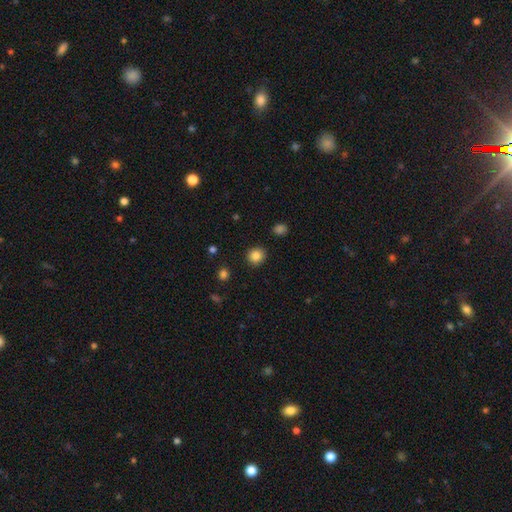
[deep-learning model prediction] This is clearly a smooth galaxy (85%). How rounded: clearly round (89%). Merging: clearly none (90%).